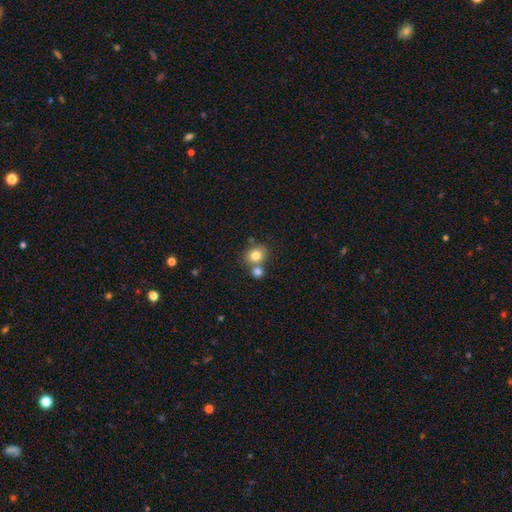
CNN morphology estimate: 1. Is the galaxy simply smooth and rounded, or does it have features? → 80% smooth, 10% star or artifact, 10% featured or disk.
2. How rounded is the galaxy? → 66% round, 33% in between, 1% cigar-shaped.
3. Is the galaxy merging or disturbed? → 51% none, 38% merger, 9% minor disturbance, 3% major disturbance.